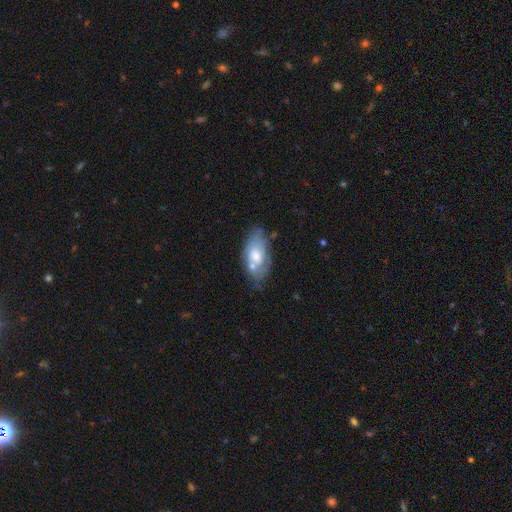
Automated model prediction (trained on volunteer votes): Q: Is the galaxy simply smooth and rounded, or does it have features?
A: featured or disk — 49%.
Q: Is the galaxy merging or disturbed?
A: none — 49%.